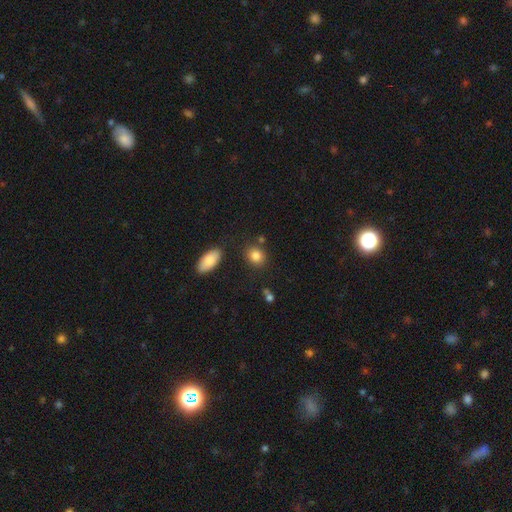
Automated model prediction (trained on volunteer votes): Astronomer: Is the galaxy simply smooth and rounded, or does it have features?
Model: smooth — 84%.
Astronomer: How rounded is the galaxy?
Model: round — 58% (runner-up: in between, 41%).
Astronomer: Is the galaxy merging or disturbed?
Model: none — 79%.